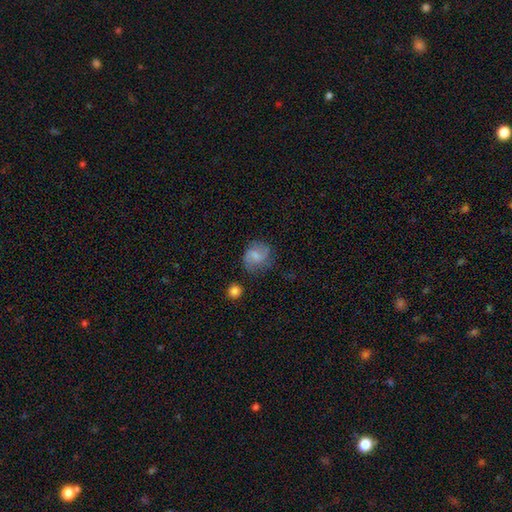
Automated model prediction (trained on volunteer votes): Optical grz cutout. It shows a smooth galaxy with no disk features (54%) that is round (70%). Merging: none (65%).